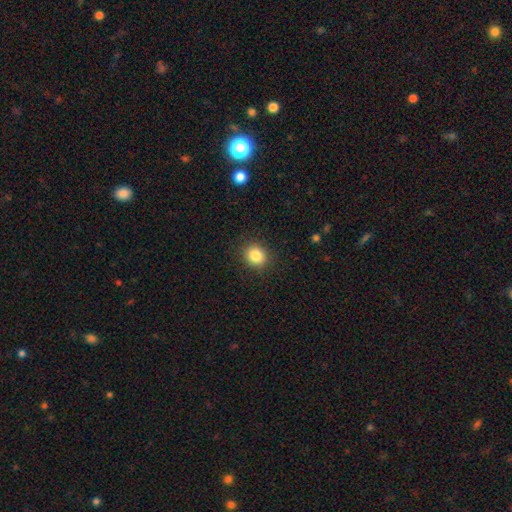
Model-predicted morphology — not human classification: Smooth or featured? smooth (84%)
How rounded? round (75%)
Merging? none (89%)